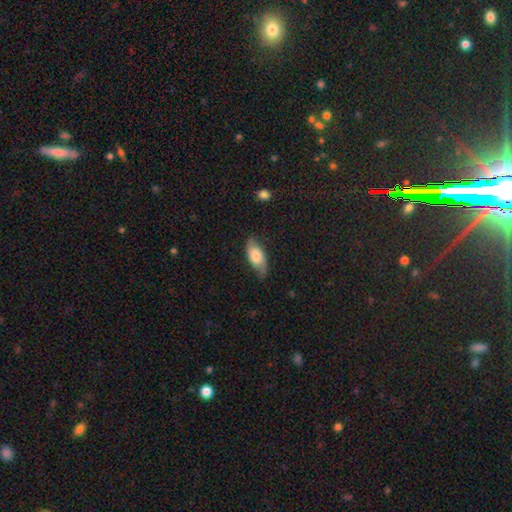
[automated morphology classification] Overall: smooth (60%; featured or disk 33%). How rounded: in between (87%). Merging: none (67%).